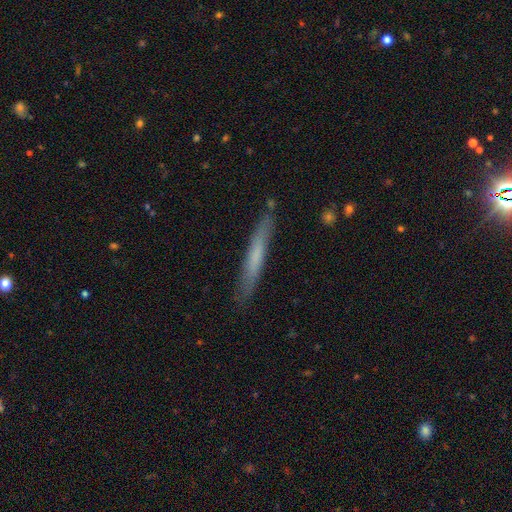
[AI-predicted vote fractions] The model was most divided on "smooth or featured": smooth: 59%, featured or disk: 35%, star or artifact: 6%. More confident: how rounded — cigar-shaped (96%); merging — none (85%).